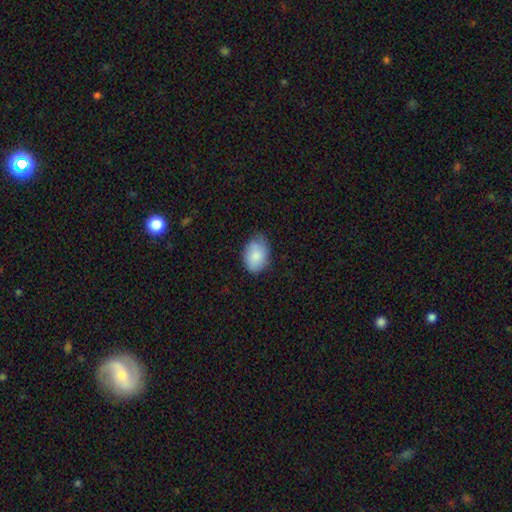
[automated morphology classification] Smooth or featured: smooth — 84% (featured or disk — 9%)
How rounded: in between — 80% (round — 19%)
Merging: none — 63% (minor disturbance — 31%)